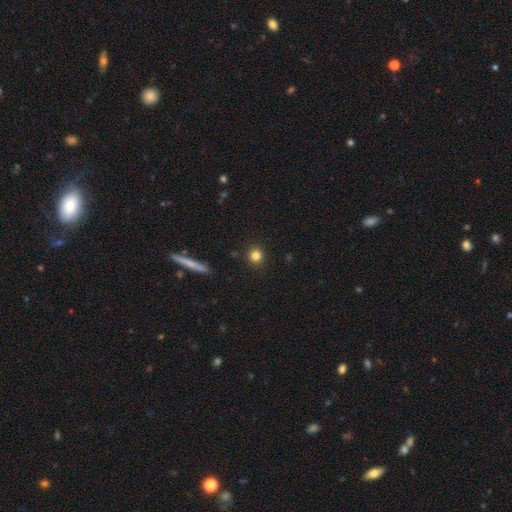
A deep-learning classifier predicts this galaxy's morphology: Smooth or featured: smooth — 82% (star or artifact — 12%)
How rounded: round — 89% (in between — 10%)
Merging: none — 91% (minor disturbance — 6%)